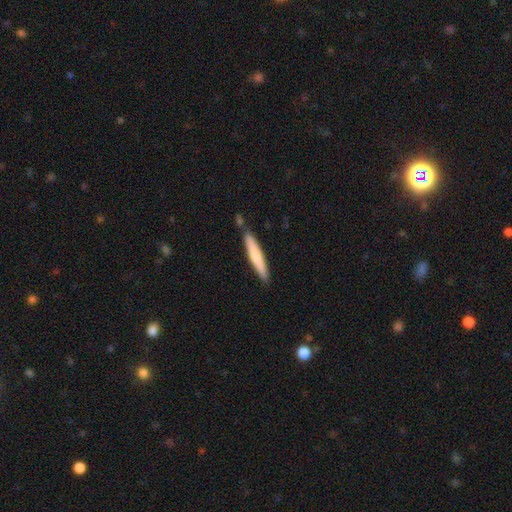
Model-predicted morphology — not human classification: This appears to be a smooth galaxy with no disk features (65%) that is cigar-shaped (94%). Merging: none (82%).